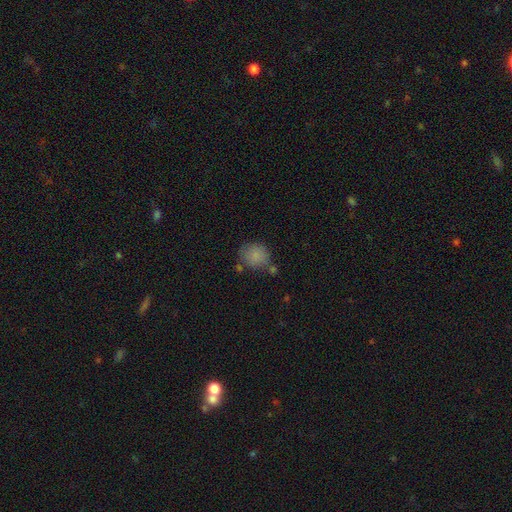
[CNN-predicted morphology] smooth_or_featured: smooth (p=0.82) [alt: star or artifact p=0.09]
how_rounded: round (p=0.75) [alt: in between p=0.24]
merging: none (p=0.59) [alt: minor disturbance p=0.20]